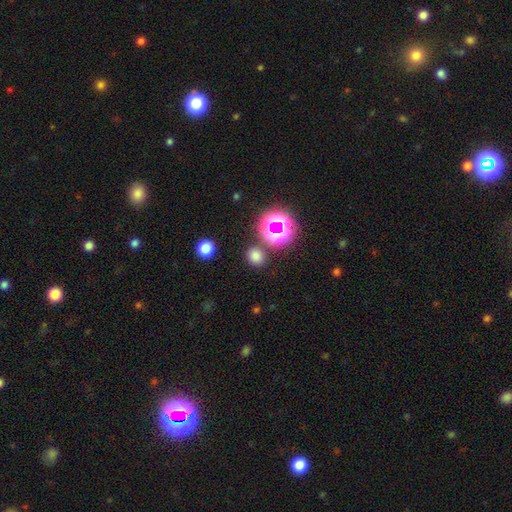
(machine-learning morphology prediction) smooth 70%, star or artifact 24%, featured or disk 5%. Down the decision tree: how rounded — round (74%); merging — none (83%).